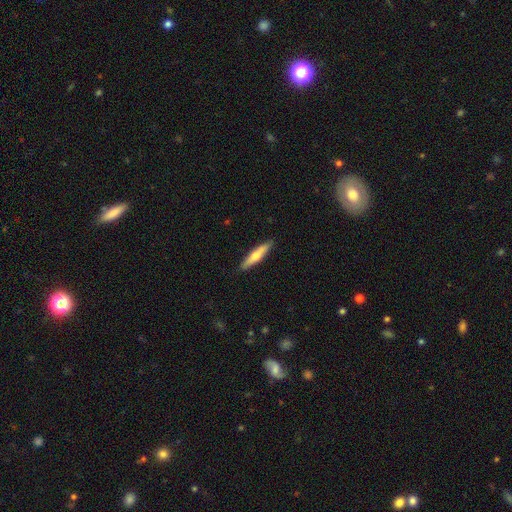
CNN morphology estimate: Smooth or featured?
  - smooth: 49% *
  - featured or disk: 45%
  - star or artifact: 5%
Merging?
  - none: 90% *
  - minor disturbance: 8%
  - major disturbance: 1%
  - merger: 1%